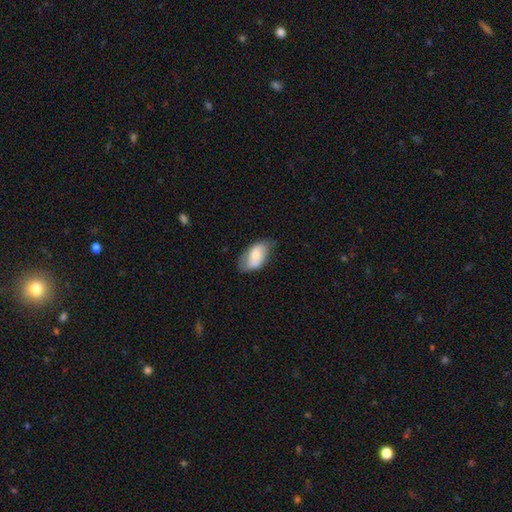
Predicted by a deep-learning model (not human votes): Overall: smooth (63%; featured or disk 31%). How rounded: in between (93%). Merging: none (61%; minor disturbance 30%).